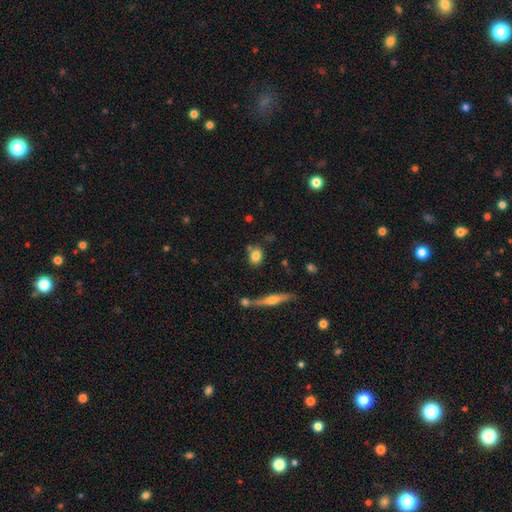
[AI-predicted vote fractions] Smooth or featured? Predicted: smooth (p=0.80). How rounded? Predicted: in between (p=0.50). Merging? Predicted: none (p=0.72).